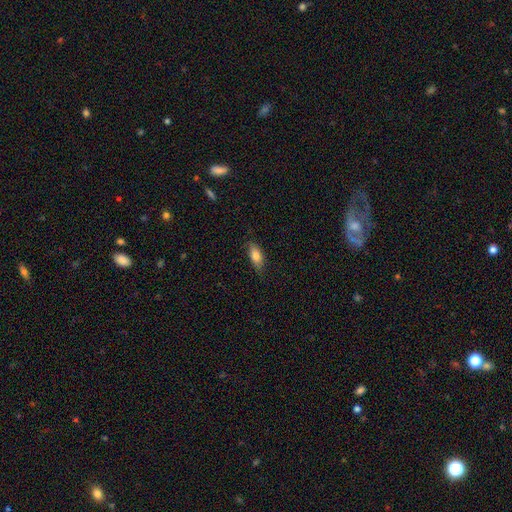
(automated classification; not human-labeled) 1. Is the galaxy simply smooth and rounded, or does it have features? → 79% smooth, 14% featured or disk, 7% star or artifact.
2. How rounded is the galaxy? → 80% in between, 17% cigar-shaped, 3% round.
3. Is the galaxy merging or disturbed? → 79% none, 17% minor disturbance, 3% major disturbance, 1% merger.